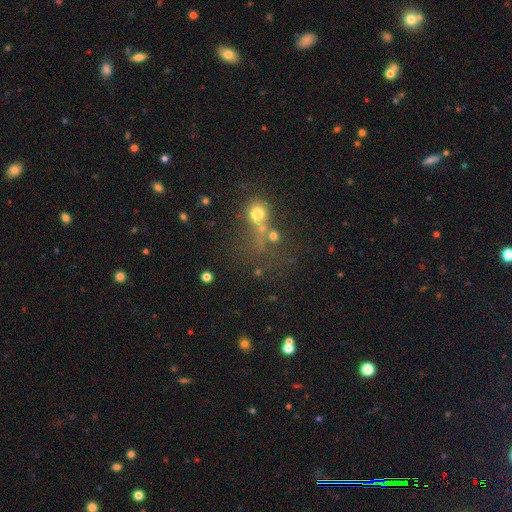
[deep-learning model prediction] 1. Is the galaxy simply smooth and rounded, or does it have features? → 44% star or artifact, 42% smooth, 14% featured or disk.